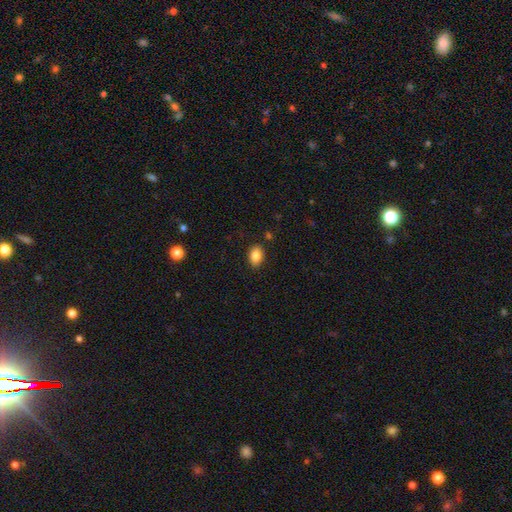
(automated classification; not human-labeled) Morphology: type=smooth (86%); roundness=in between (86%); merging=none (85%).